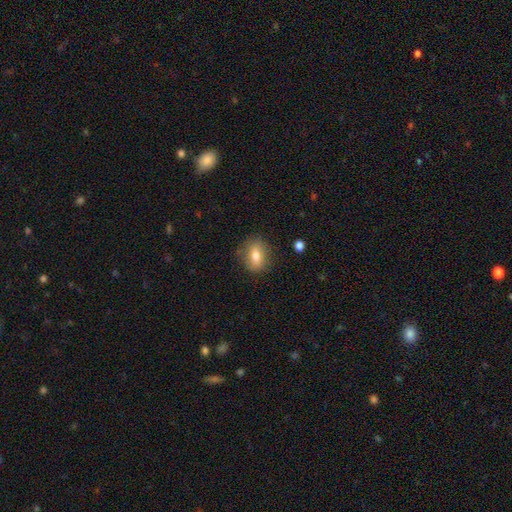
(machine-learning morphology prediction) Smooth or featured: smooth — 74% (featured or disk — 17%)
How rounded: in between — 64% (round — 32%)
Merging: none — 81% (minor disturbance — 13%)